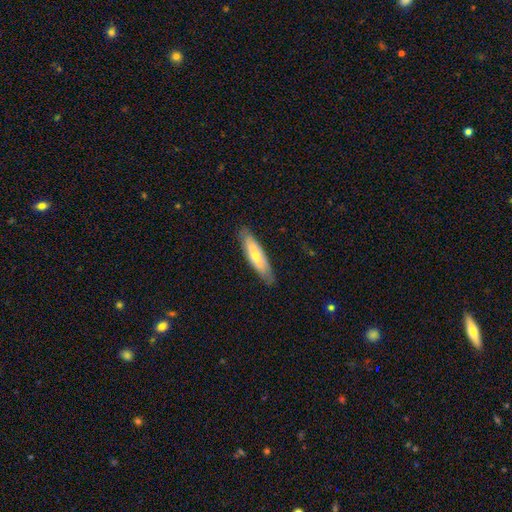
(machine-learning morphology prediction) Smooth or featured? Predicted: smooth (p=0.61). How rounded? Predicted: cigar-shaped (p=0.67). Merging? Predicted: none (p=0.83).